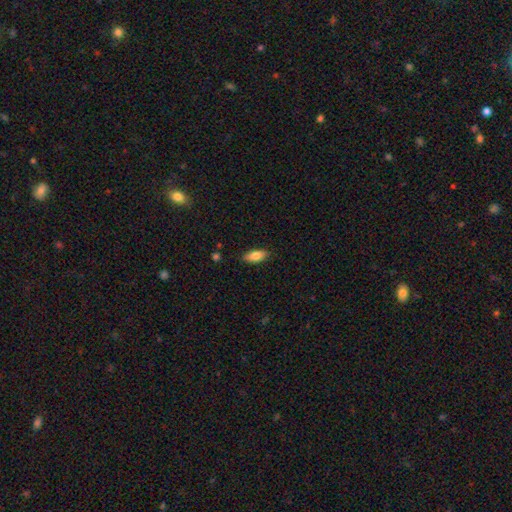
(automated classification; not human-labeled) Smooth or featured: smooth — 80% (featured or disk — 13%)
How rounded: in between — 79% (cigar-shaped — 18%)
Merging: none — 86% (minor disturbance — 11%)